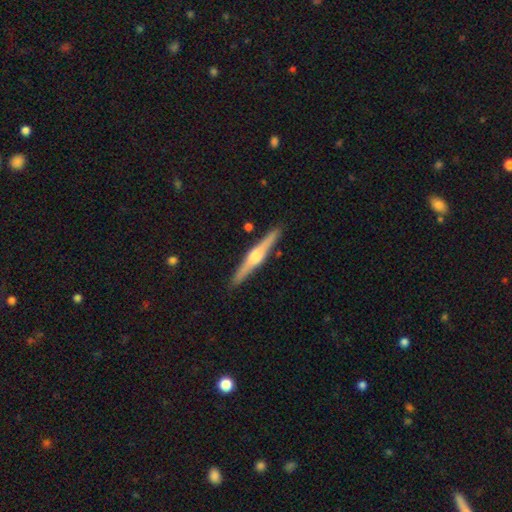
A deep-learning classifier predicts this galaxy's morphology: A featured or disk galaxy (77%) viewed edge-on (98%) with a rounded central bulge (92%). Merging: none (91%).